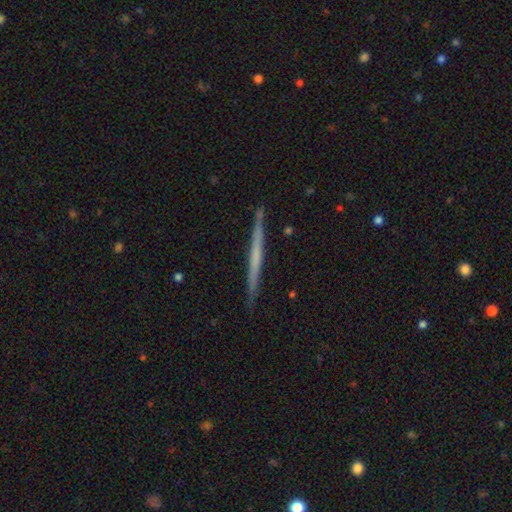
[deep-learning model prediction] Morphology: type=featured or disk (57%); edge-on=yes (98%); edge-on bulge=none (86%); merging=none (90%).